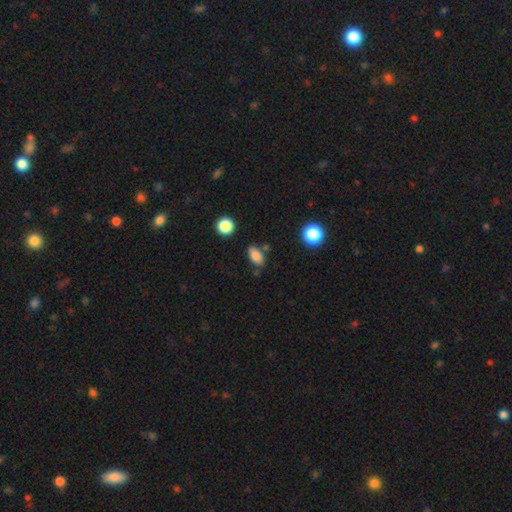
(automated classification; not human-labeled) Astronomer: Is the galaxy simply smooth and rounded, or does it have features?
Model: smooth — 83%.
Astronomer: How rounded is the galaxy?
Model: in between — 87%.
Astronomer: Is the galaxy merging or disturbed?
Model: none — 72%.